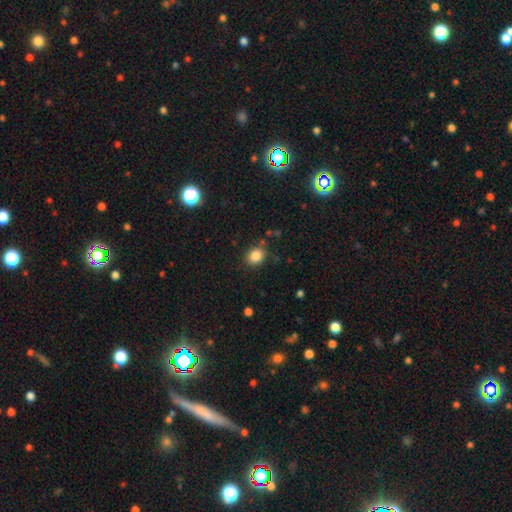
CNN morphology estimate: This is clearly a smooth galaxy (85%). How rounded: possibly round (58%). Merging: clearly none (81%).